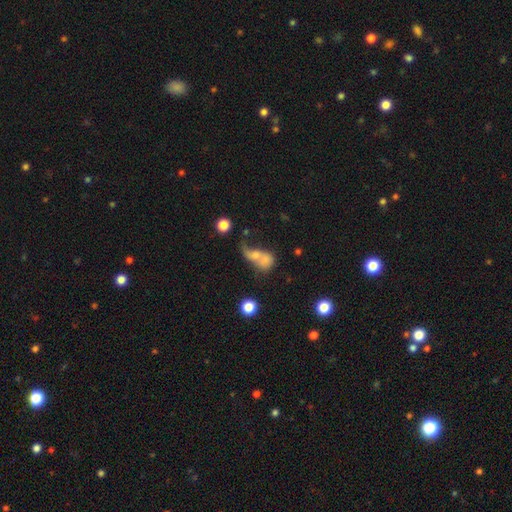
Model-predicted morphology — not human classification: The model was most divided on "smooth or featured": smooth: 53%, featured or disk: 32%, star or artifact: 15%. More confident: how rounded — in between (60%); merging — merger (53%).